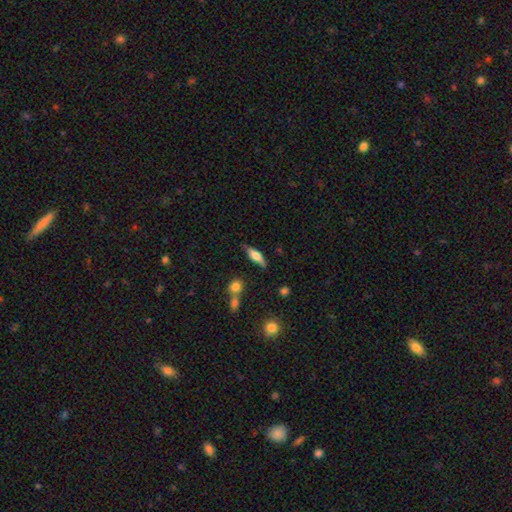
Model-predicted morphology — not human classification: Smooth or featured? smooth (54%)
How rounded? in between (51%)
Merging? none (77%)